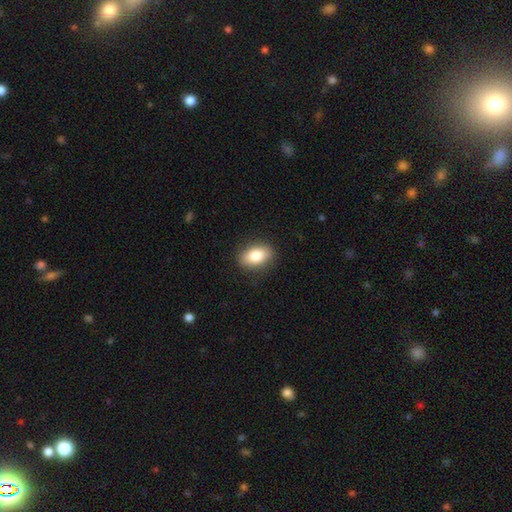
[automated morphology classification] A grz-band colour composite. It shows a smooth galaxy with no disk features (84%) that is in between round and cigar-shaped (87%). Merging: none (87%).